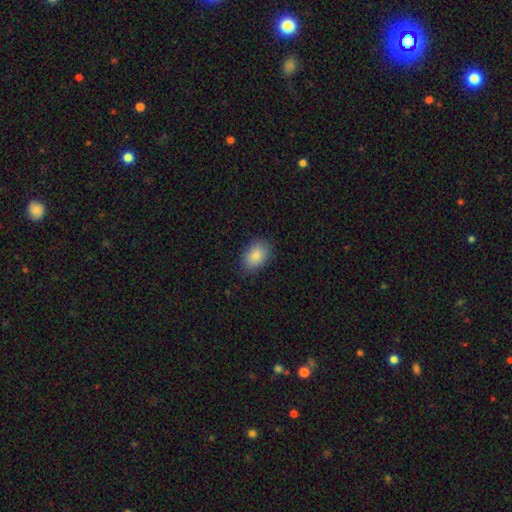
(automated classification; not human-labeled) Morphology: type=smooth (86%); roundness=in between (83%); merging=none (85%).